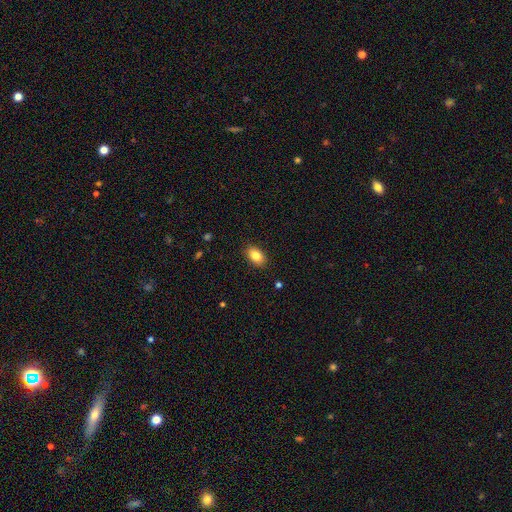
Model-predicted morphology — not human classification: This appears to be a smooth galaxy with no disk features (84%) that is in between round and cigar-shaped (88%). Merging: none (89%).